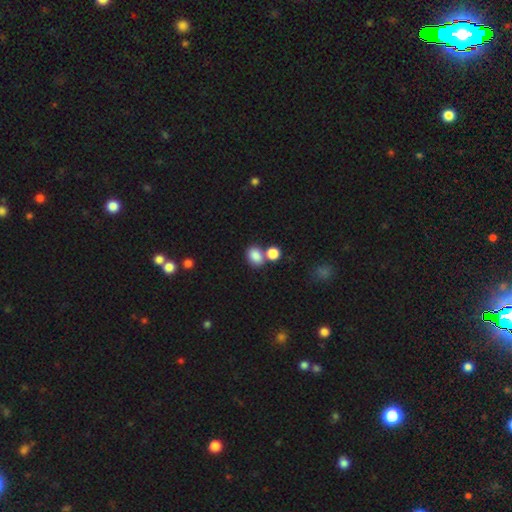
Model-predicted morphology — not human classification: Overall: smooth (84%). How rounded: in between (63%; round 36%). Merging: none (50%; merger 36%).